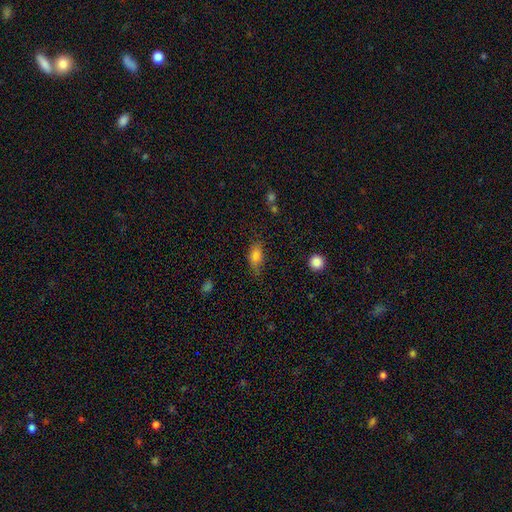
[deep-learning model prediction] The model was most divided on "merging": none: 62%, minor disturbance: 27%, major disturbance: 9%, merger: 2%. More confident: how rounded — in between (84%); smooth or featured — smooth (78%).